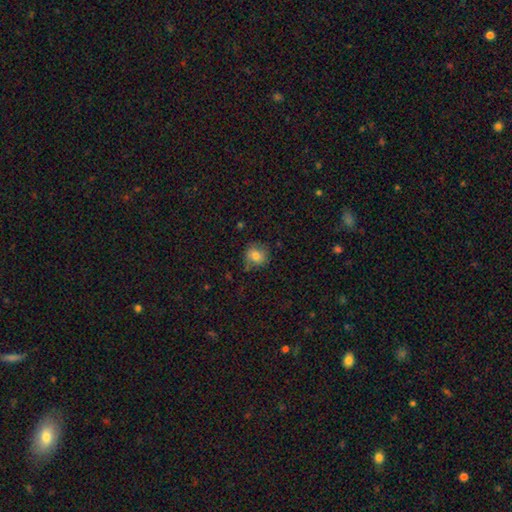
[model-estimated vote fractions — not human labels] Morphology: type=smooth (74%); roundness=round (80%); merging=none (69%).